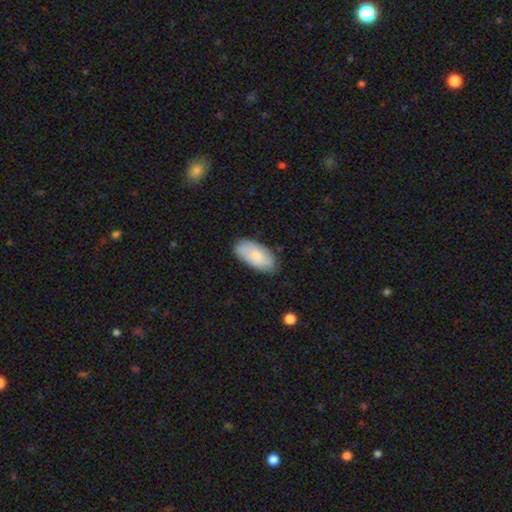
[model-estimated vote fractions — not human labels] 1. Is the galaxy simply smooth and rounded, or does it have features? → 75% smooth, 19% featured or disk, 6% star or artifact.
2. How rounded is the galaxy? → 93% in between, 5% cigar-shaped, 2% round.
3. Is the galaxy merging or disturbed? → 82% none, 14% minor disturbance, 3% major disturbance, 1% merger.